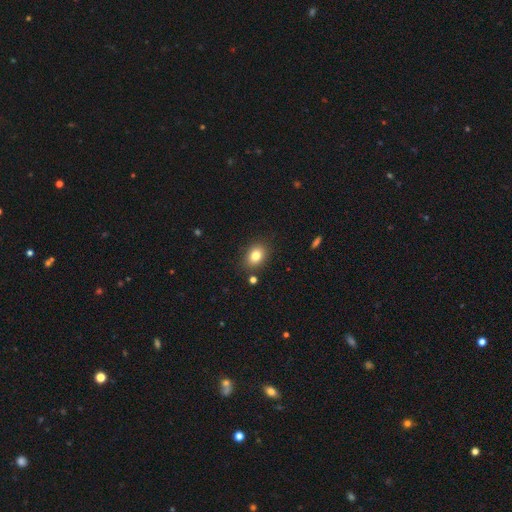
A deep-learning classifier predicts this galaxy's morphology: smooth-or-featured: smooth: 82% | star or artifact: 10% | featured or disk: 8%
  how-rounded: in between: 66% | round: 33% | cigar-shaped: 1%
  merging: none: 85% | minor disturbance: 10% | merger: 3% | major disturbance: 2%